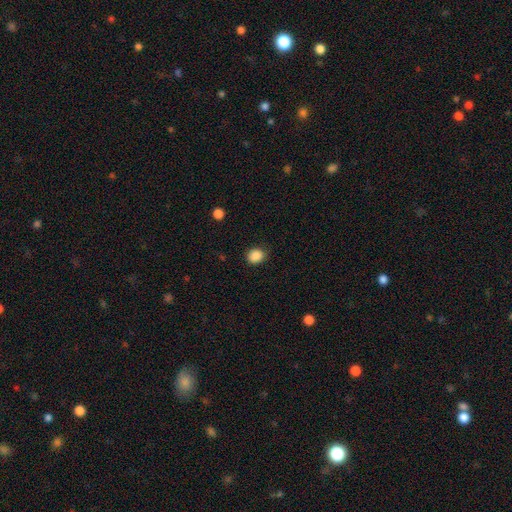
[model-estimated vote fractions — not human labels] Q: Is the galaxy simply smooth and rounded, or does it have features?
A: smooth — 87%.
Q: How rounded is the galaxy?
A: round — 66%.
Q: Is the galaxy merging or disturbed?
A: none — 84%.